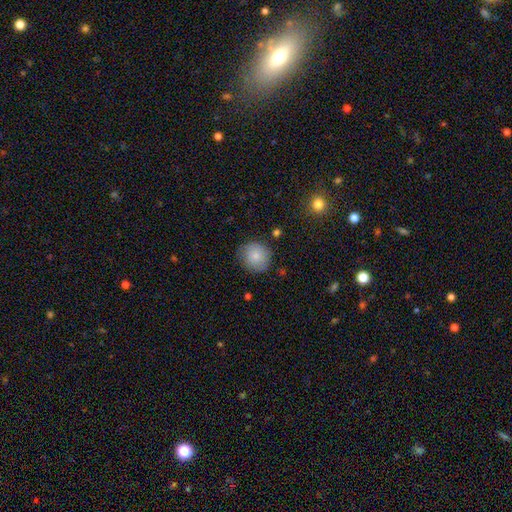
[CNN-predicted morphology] Smooth or featured?
  - smooth: 79% *
  - featured or disk: 13%
  - star or artifact: 8%
How rounded?
  - round: 90% *
  - in between: 9%
  - cigar-shaped: 1%
Merging?
  - none: 76% *
  - minor disturbance: 18%
  - major disturbance: 4%
  - merger: 2%